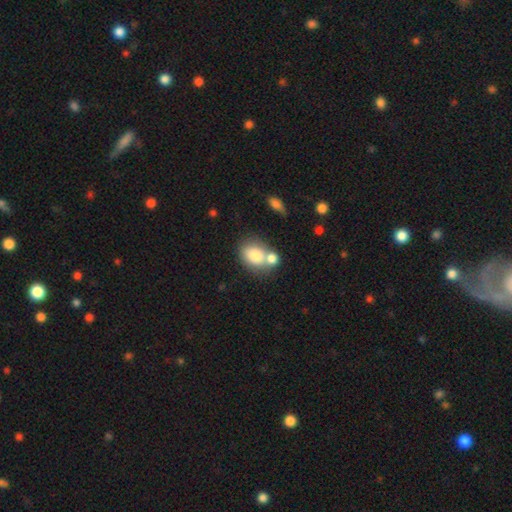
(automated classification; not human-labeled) smooth-or-featured: smooth: 78% | featured or disk: 14% | star or artifact: 8%
  how-rounded: in between: 57% | round: 42% | cigar-shaped: 1%
  merging: merger: 46% | none: 38% | minor disturbance: 11% | major disturbance: 5%